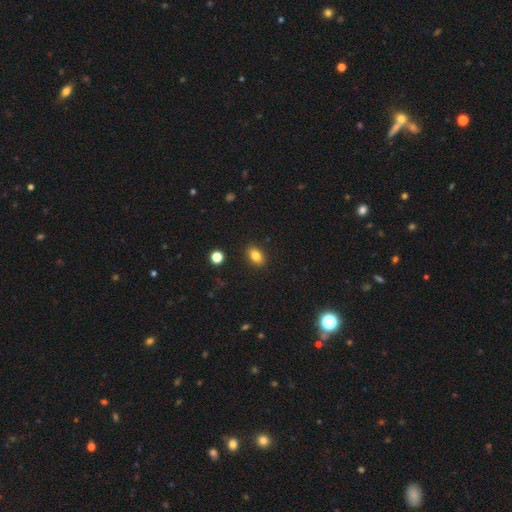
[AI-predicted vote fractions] The model was most divided on "how rounded": in between: 82%, round: 16%, cigar-shaped: 2%. More confident: merging — none (89%); smooth or featured — smooth (82%).